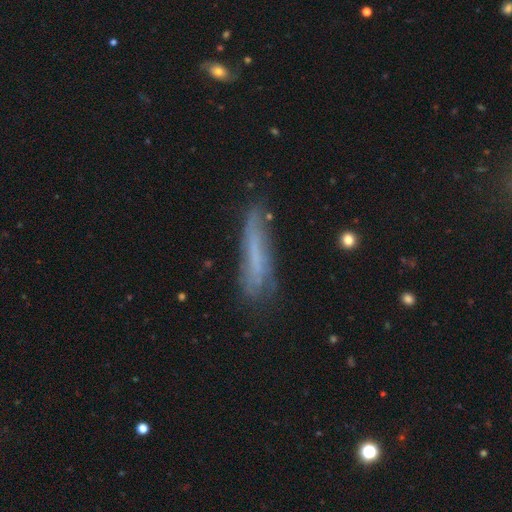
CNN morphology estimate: This is possibly a smooth galaxy (52%). How rounded: clearly cigar-shaped (87%). Merging: likely none (65%).